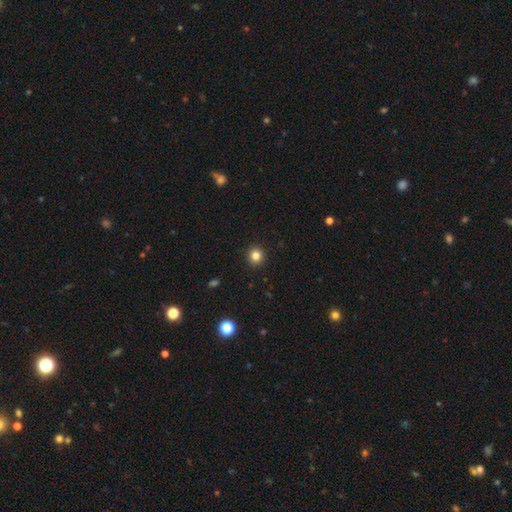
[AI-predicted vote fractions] This appears to be a smooth galaxy with no disk features (83%) that is round (92%). Merging: none (93%).